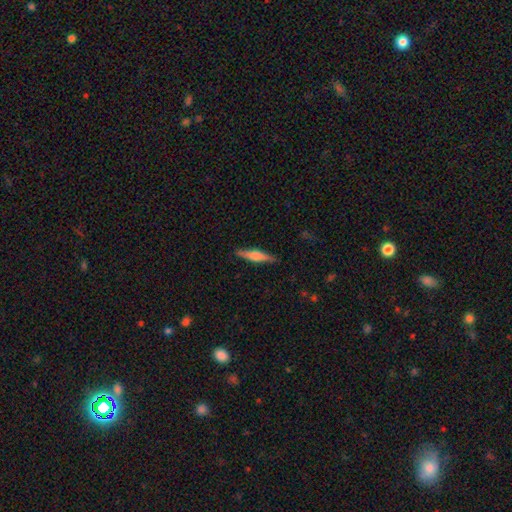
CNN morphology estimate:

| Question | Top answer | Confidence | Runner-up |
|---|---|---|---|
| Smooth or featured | featured or disk | 53% | smooth (41%) |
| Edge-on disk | yes | 97% | no (3%) |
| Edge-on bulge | rounded | 75% | boxy (18%) |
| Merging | none | 89% | minor disturbance (8%) |